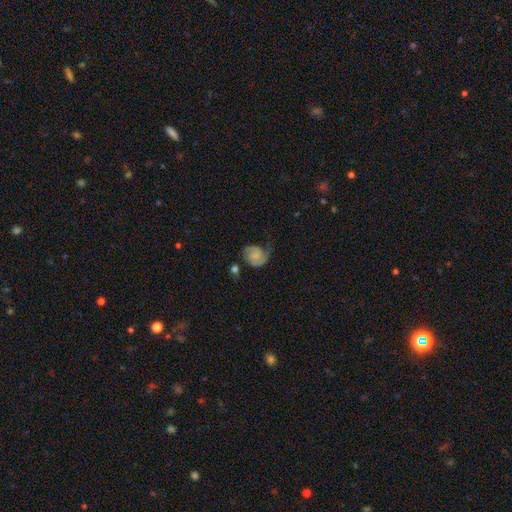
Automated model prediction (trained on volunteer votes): A featured or disk galaxy (64%) with no bar (71%), 2 (65%) tight (45%) spiral arms (93%) and a small central bulge (43%).

Vote fractions:
- Smooth or featured? featured or disk: 64% / smooth: 28% / star or artifact: 8%
- Edge-on disk? no: 98% / yes: 2%
- Bar? no: 71% / weak: 25% / strong: 4%
- Spiral arms? yes: 93% / no: 7%
- Spiral winding? tight: 45% / medium: 38% / loose: 18%
- Spiral arm count? 2: 65% / 1: 20% / can't tell: 10% / 3: 3% / 4: 1% / more than 4: 1%
- Bulge size? small: 43% / none: 32% / moderate: 20% / large: 4% / dominant: 2%
- Merging? none: 49% / minor disturbance: 27% / major disturbance: 19% / merger: 5%